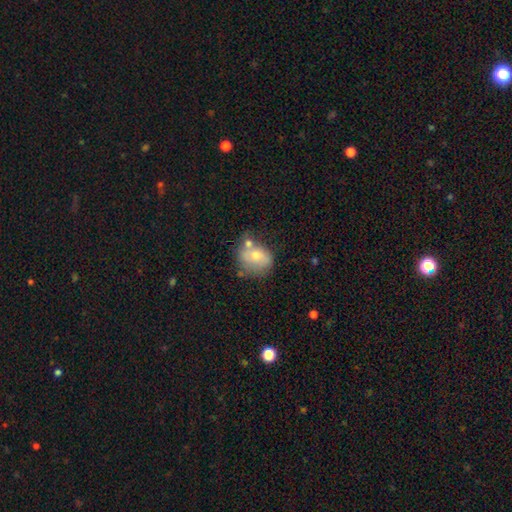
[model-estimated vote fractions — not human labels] smooth-or-featured: smooth: 62% | featured or disk: 29% | star or artifact: 9%
  how-rounded: round: 56% | in between: 43% | cigar-shaped: 1%
  merging: none: 37% | merger: 32% | minor disturbance: 21% | major disturbance: 10%